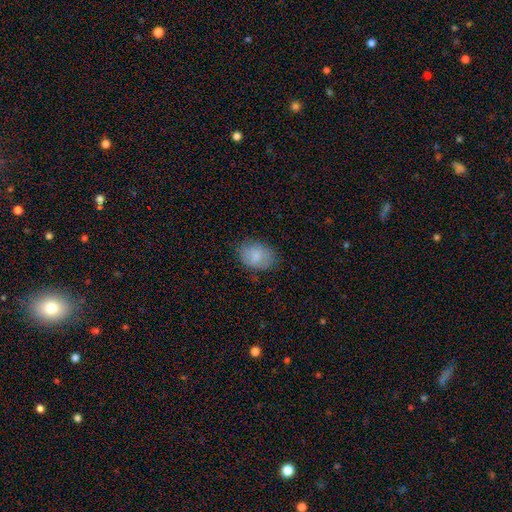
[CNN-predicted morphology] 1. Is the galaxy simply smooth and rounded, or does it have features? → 81% smooth, 12% featured or disk, 7% star or artifact.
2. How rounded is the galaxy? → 76% in between, 23% round, 1% cigar-shaped.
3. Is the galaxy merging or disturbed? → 76% none, 18% minor disturbance, 5% major disturbance, 1% merger.